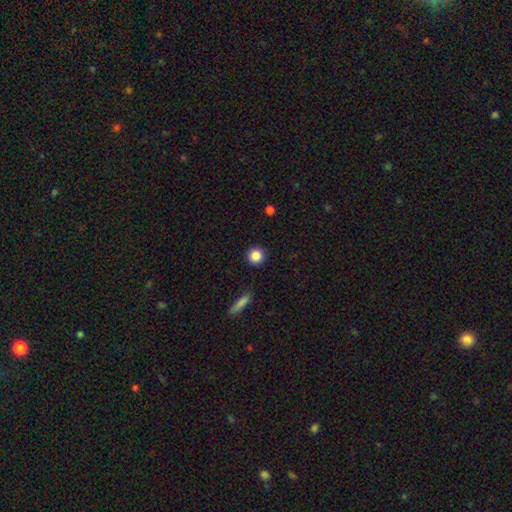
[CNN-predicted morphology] This is clearly a smooth galaxy (87%). How rounded: clearly round (94%). Merging: clearly none (92%).